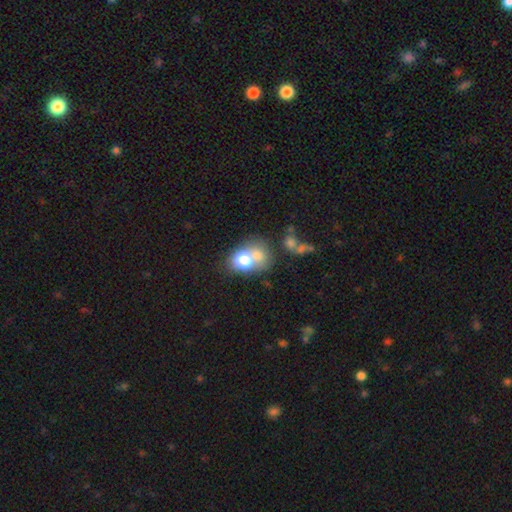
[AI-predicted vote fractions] Smooth or featured?
  - smooth: 66% *
  - featured or disk: 23%
  - star or artifact: 11%
How rounded?
  - round: 50% *
  - in between: 48%
  - cigar-shaped: 1%
Merging?
  - merger: 59% *
  - none: 27%
  - minor disturbance: 9%
  - major disturbance: 6%